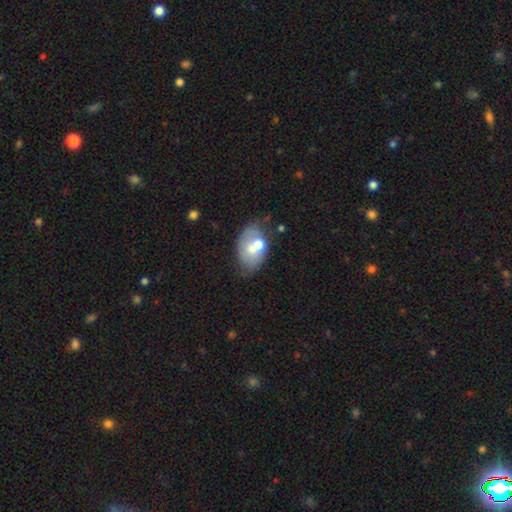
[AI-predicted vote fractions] Overall: smooth (54%; featured or disk 38%). How rounded: in between (85%). Merging: none (40%; merger 29%).